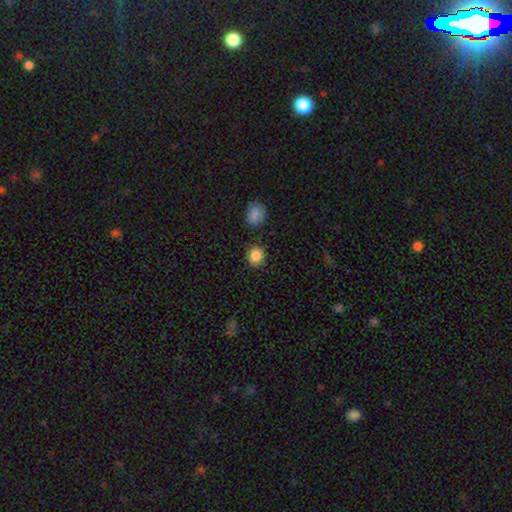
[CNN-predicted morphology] Smooth or featured? smooth (87%)
How rounded? round (85%)
Merging? none (86%)